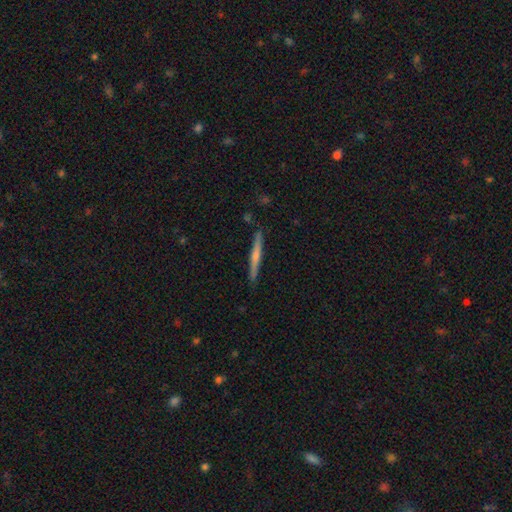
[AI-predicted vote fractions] Smooth or featured?
  - featured or disk: 69% *
  - smooth: 23%
  - star or artifact: 8%
Edge-on disk?
  - yes: 97% *
  - no: 3%
Edge-on bulge?
  - rounded: 69% *
  - none: 23%
  - boxy: 7%
Merging?
  - none: 90% *
  - minor disturbance: 7%
  - major disturbance: 2%
  - merger: 2%